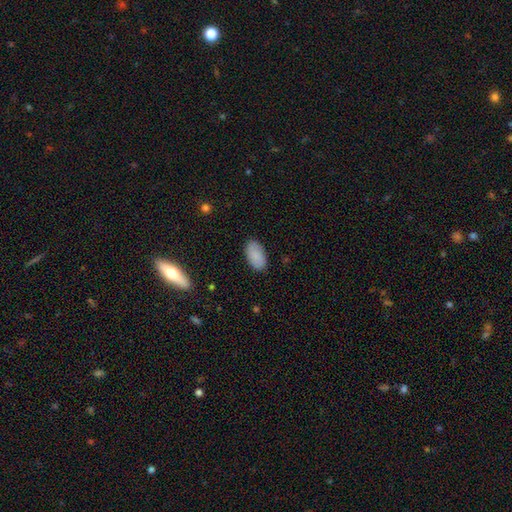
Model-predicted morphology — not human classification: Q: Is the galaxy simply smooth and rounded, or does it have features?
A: smooth — 87%.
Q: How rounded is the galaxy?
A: in between — 95%.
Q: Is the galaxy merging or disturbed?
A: none — 86%.